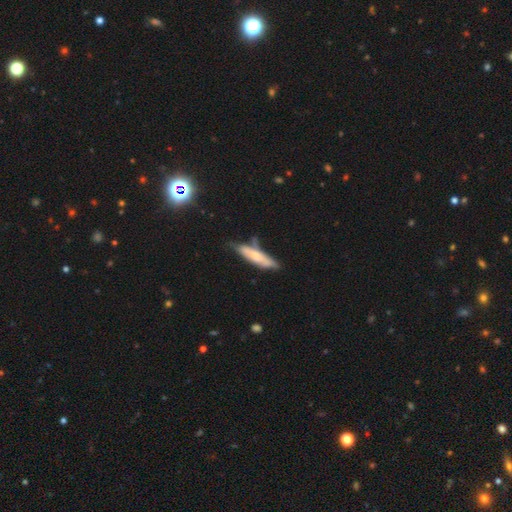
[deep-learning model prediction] A smooth galaxy with no disk features (56%) that is cigar-shaped (76%). Merging: none (49%).